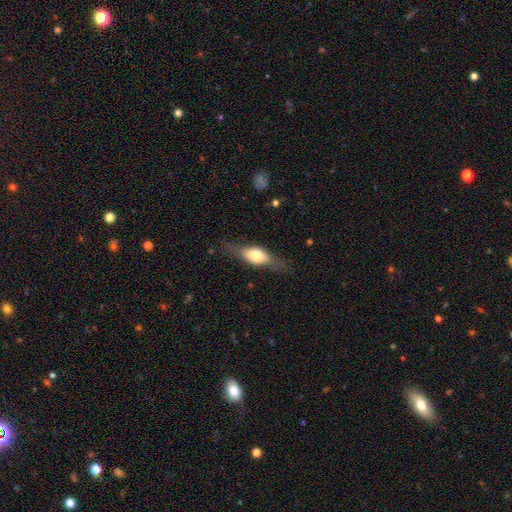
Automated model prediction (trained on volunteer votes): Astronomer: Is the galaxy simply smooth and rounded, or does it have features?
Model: smooth — 53% (runner-up: featured or disk, 40%).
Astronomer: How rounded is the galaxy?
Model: in between — 66%.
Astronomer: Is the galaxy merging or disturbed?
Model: none — 71%.